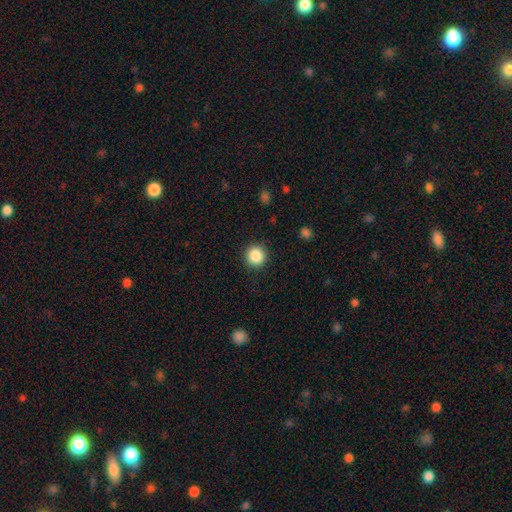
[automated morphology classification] This appears to be a smooth galaxy with no disk features (87%) that is round (94%). Merging: none (91%).